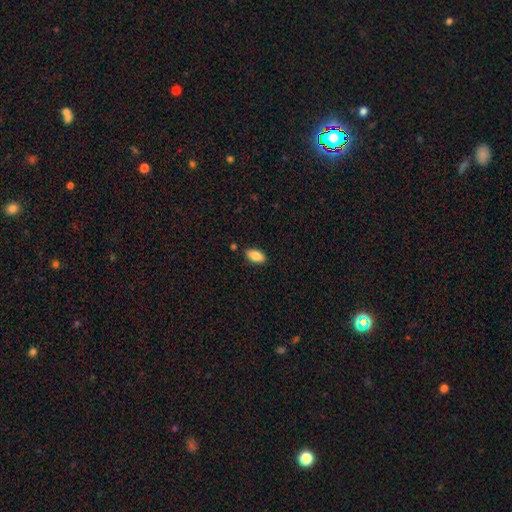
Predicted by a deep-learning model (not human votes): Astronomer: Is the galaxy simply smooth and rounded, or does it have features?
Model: smooth — 86%.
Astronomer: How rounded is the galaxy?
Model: in between — 92%.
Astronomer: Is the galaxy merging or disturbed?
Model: none — 87%.